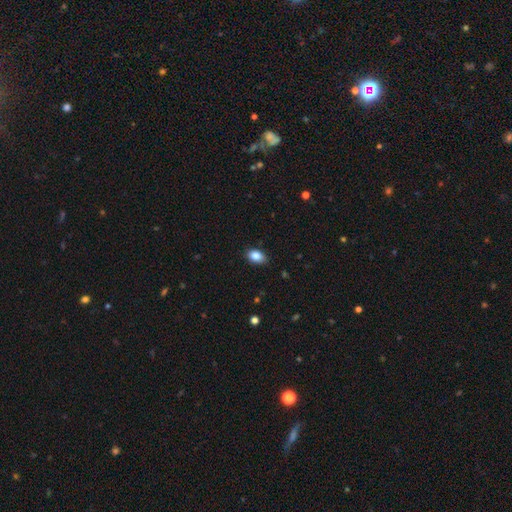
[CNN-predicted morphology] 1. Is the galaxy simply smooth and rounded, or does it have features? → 87% smooth, 8% star or artifact, 5% featured or disk.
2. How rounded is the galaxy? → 87% in between, 11% round, 2% cigar-shaped.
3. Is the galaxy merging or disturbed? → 84% none, 13% minor disturbance, 2% major disturbance, 1% merger.